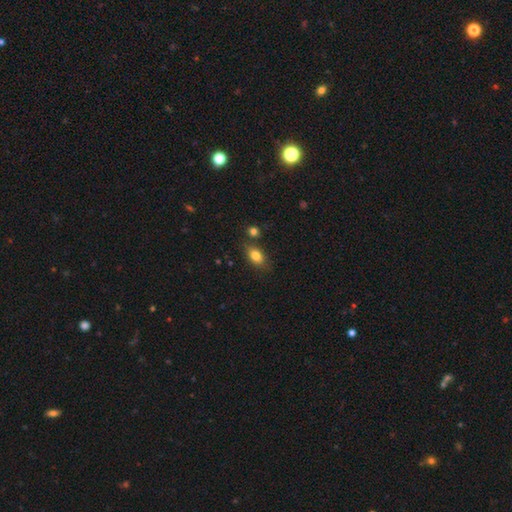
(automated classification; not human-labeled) Smooth or featured: smooth — 82% (star or artifact — 9%)
How rounded: in between — 82% (round — 15%)
Merging: none — 73% (minor disturbance — 14%)